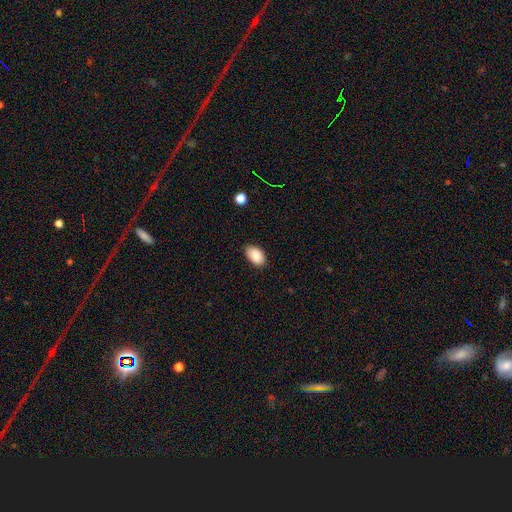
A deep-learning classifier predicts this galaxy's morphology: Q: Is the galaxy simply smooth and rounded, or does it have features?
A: smooth — 88%.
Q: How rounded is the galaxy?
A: in between — 93%.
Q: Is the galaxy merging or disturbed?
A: none — 82%.